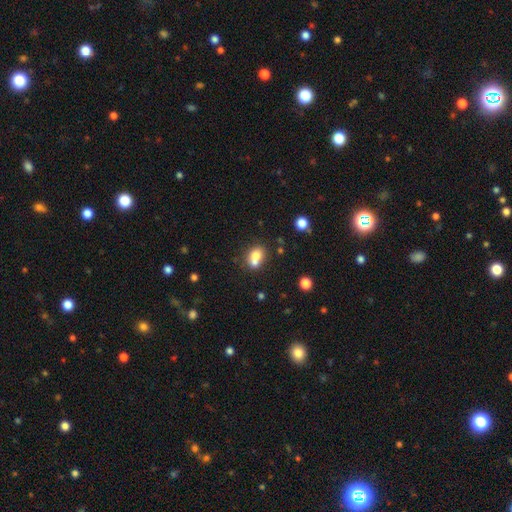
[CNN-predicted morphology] Smooth or featured? smooth (72%)
How rounded? in between (50%)
Merging? merger (56%)